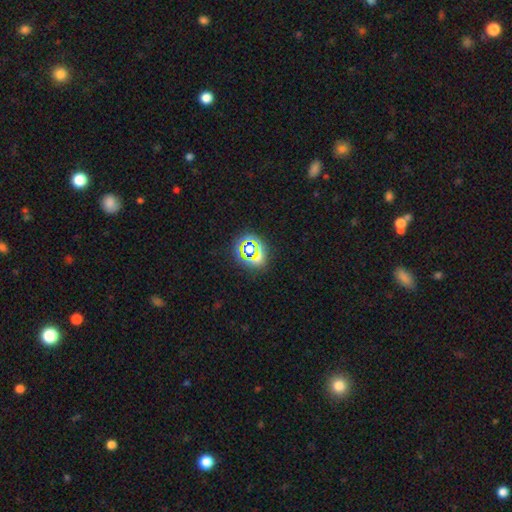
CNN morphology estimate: Overall: star or artifact (62%; smooth 26%).